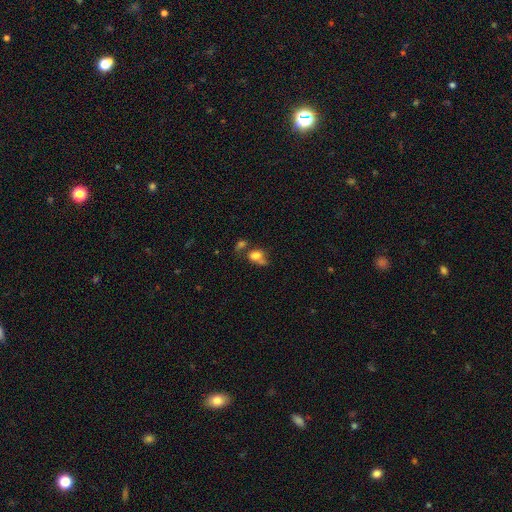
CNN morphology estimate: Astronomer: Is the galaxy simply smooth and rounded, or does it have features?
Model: smooth — 71%.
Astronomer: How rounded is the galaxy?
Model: in between — 58% (runner-up: round, 40%).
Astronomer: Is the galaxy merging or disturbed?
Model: merger — 36% (runner-up: none, 28%).